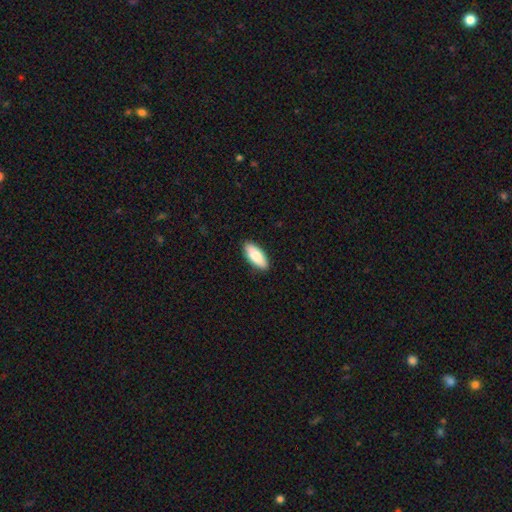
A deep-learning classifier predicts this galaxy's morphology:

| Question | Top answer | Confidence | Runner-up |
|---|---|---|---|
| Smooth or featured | smooth | 86% | featured or disk (9%) |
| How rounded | in between | 80% | cigar-shaped (18%) |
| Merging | none | 90% | minor disturbance (8%) |